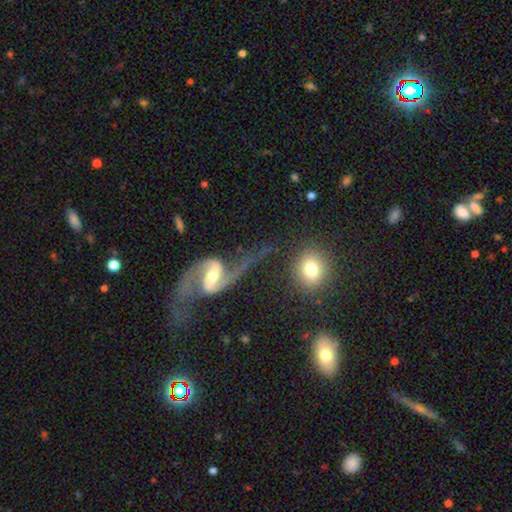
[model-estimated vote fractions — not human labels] Morphology: type=featured or disk (84%); edge-on=no (93%); bar=weak (44%); spiral arms=yes (94%); winding=loose (69%); arm count=2 (91%); bulge=moderate (49%); merging=none (57%).